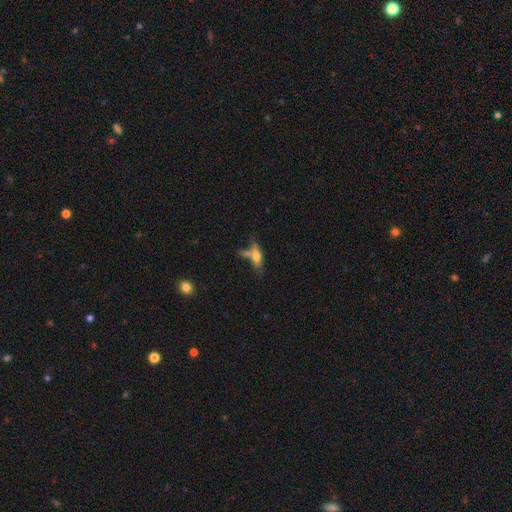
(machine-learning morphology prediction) A smooth galaxy with no disk features (54%) that is in between round and cigar-shaped (53%). Merging: none (43%).